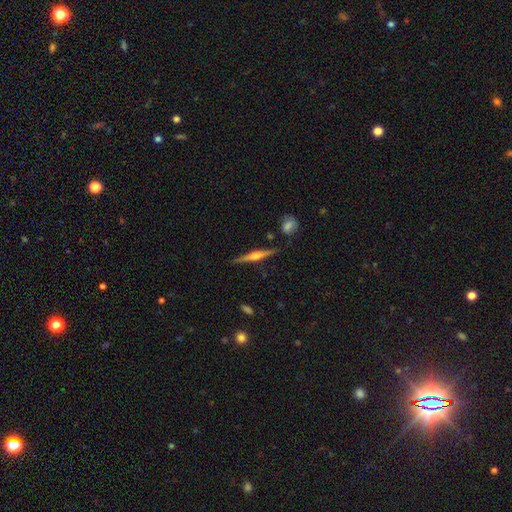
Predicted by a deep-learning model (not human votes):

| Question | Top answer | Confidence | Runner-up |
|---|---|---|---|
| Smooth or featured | featured or disk | 74% | smooth (20%) |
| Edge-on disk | yes | 98% | no (2%) |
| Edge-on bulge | rounded | 83% | boxy (11%) |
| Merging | none | 88% | minor disturbance (8%) |